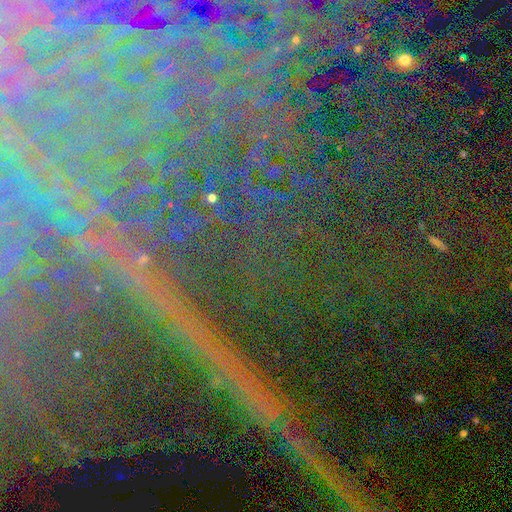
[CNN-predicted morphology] This is clearly a star or artifact rather than a galaxy (83%).